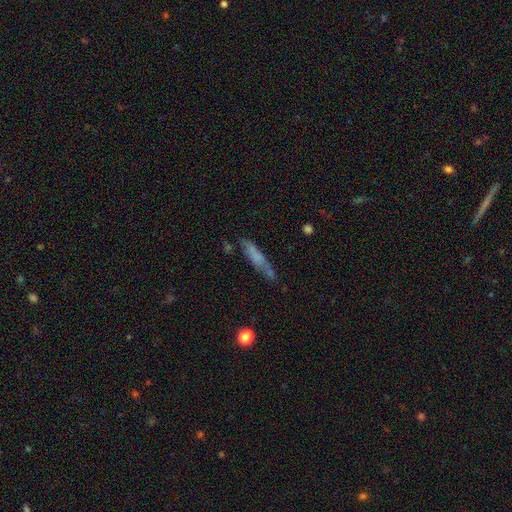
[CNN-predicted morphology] smooth_or_featured: smooth (p=0.61) [alt: featured or disk p=0.30]
how_rounded: cigar-shaped (p=0.83) [alt: in between p=0.15]
merging: none (p=0.60) [alt: minor disturbance p=0.24]